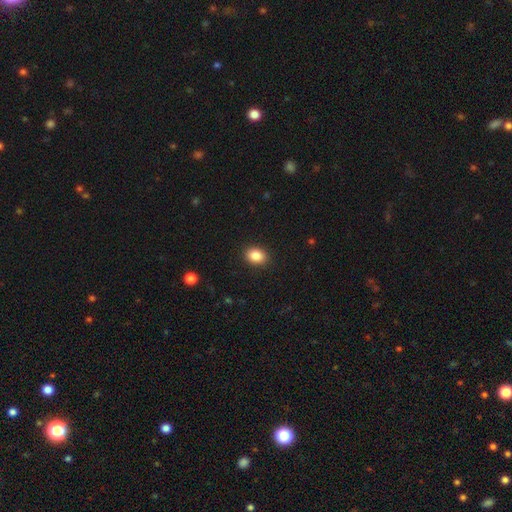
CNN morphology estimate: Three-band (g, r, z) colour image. It shows a smooth galaxy with no disk features (87%) that is in between round and cigar-shaped (69%). Merging: none (90%).